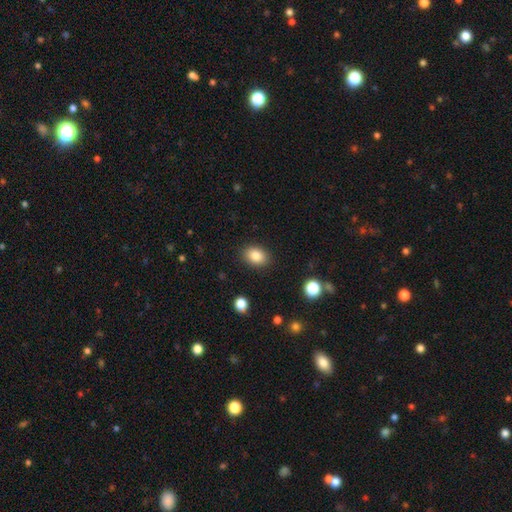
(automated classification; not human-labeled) This is clearly a smooth galaxy (84%). How rounded: likely in between (69%). Merging: clearly none (88%).